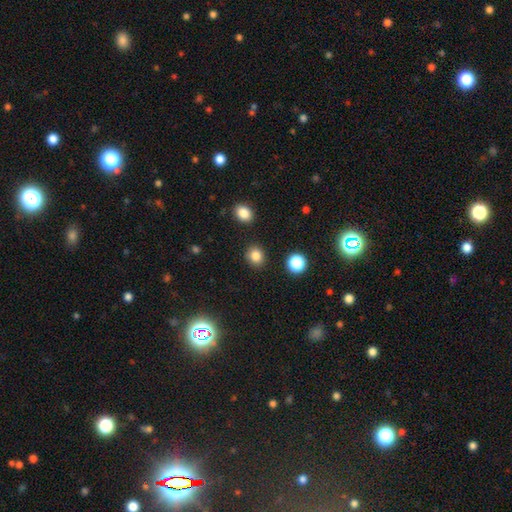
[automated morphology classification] Smooth or featured: smooth — 83% (star or artifact — 12%)
How rounded: round — 72% (in between — 27%)
Merging: none — 88% (minor disturbance — 7%)